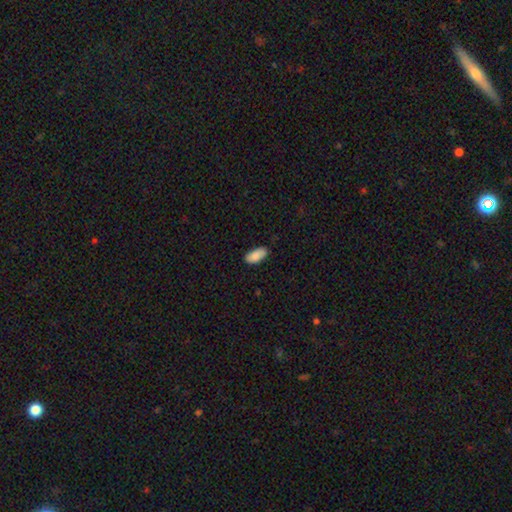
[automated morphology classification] type=smooth (88%); roundness=in between (92%); merging=none (82%).